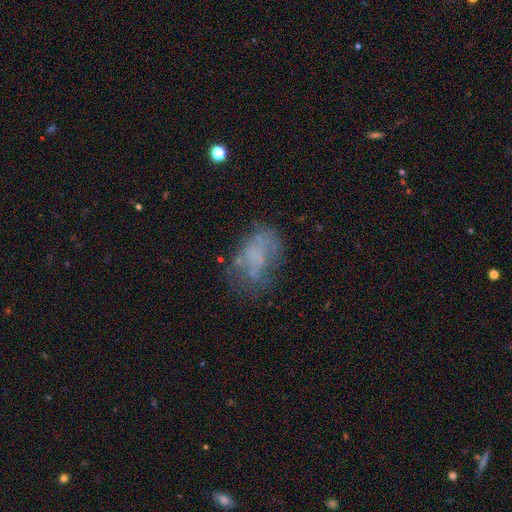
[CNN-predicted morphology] A smooth galaxy with no disk features (44%).

Vote fractions:
- Smooth or featured? smooth: 44% / featured or disk: 40% / star or artifact: 16%
- Merging? none: 49% / minor disturbance: 24% / major disturbance: 22% / merger: 5%